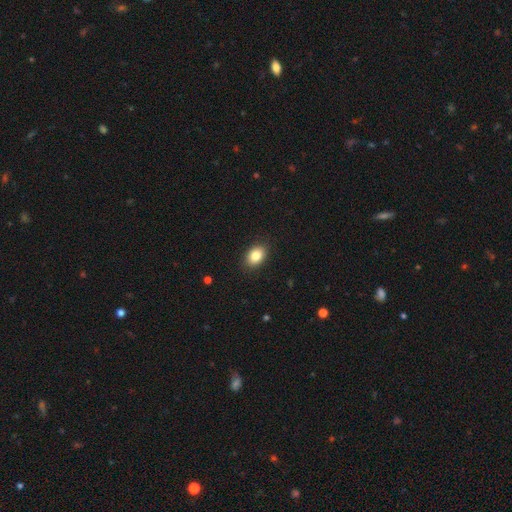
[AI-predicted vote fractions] This appears to be a smooth galaxy with no disk features (84%) that is in between round and cigar-shaped (79%). Merging: none (89%).